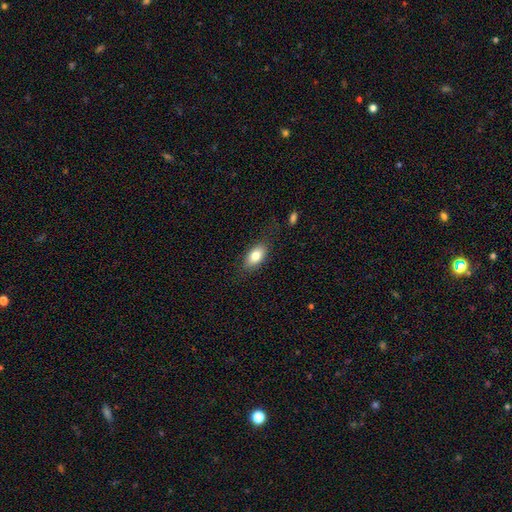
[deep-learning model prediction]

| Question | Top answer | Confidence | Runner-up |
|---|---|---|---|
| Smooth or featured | smooth | 80% | featured or disk (13%) |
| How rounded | in between | 90% | round (6%) |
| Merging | none | 82% | minor disturbance (13%) |